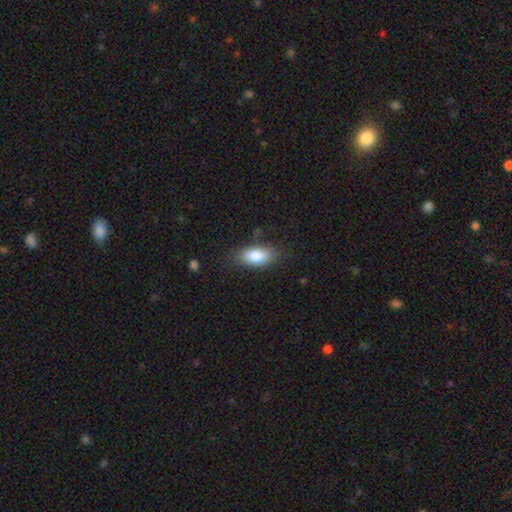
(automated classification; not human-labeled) A smooth galaxy with no disk features (84%) that is in between round and cigar-shaped (90%). Merging: none (77%).